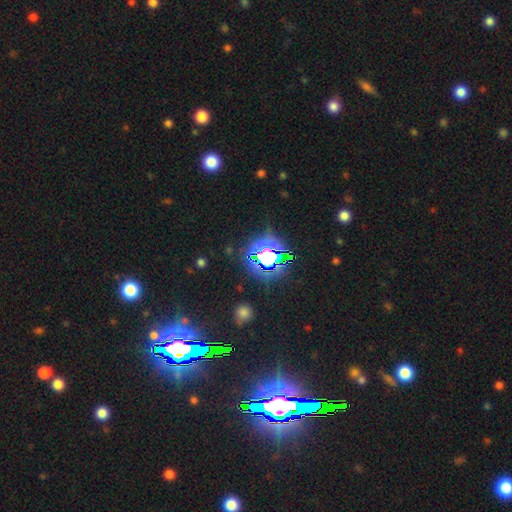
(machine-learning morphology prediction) star or artifact 77%, smooth 14%, featured or disk 8%.